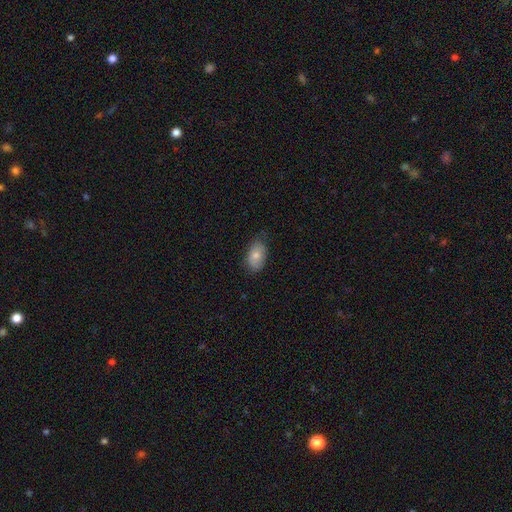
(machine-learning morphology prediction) Q: Smooth or featured?
A: smooth (79%); runner-up: featured or disk (13%)
Q: How rounded?
A: in between (92%); runner-up: round (7%)
Q: Merging?
A: none (72%); runner-up: minor disturbance (23%)